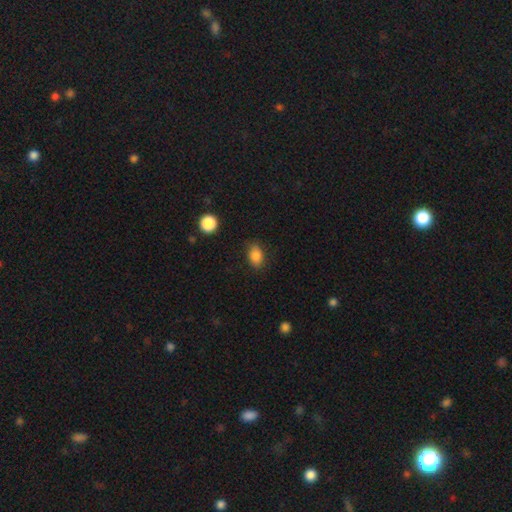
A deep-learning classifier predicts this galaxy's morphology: This is clearly a smooth galaxy (85%). How rounded: clearly in between (81%). Merging: clearly none (84%).